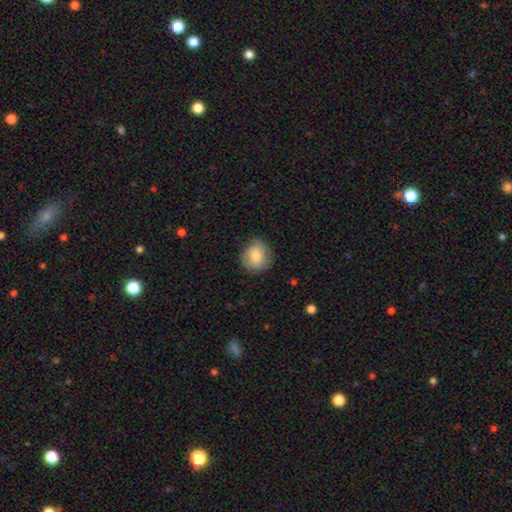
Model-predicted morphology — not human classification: A smooth galaxy with no disk features (75%) that is round (86%). Merging: none (76%).